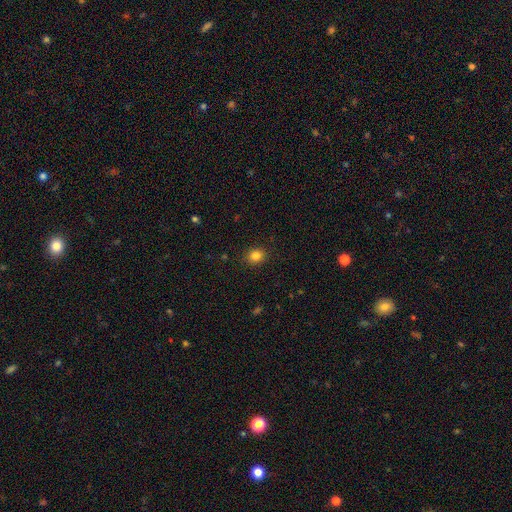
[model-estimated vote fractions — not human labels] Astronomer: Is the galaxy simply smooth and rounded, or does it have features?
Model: smooth — 83%.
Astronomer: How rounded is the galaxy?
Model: round — 70%.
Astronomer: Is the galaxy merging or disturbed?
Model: none — 90%.